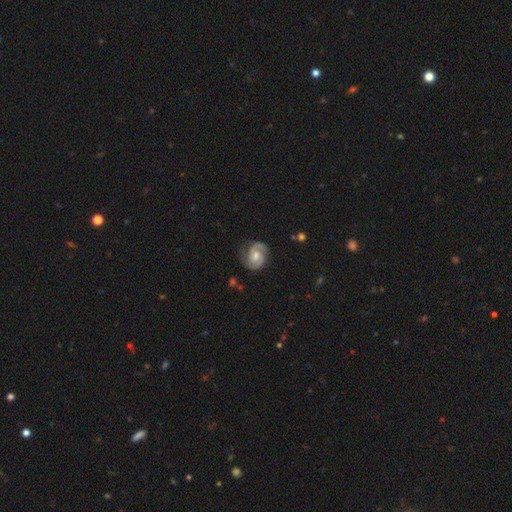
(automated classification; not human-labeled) featured or disk 84%, smooth 11%, star or artifact 5%. Down the decision tree: edge-on disk — no (98%); bar — no (50%); spiral arms — yes (97%); spiral arm count — 2 (90%); spiral winding — tight (46%); bulge size — moderate (63%); merging — none (78%).